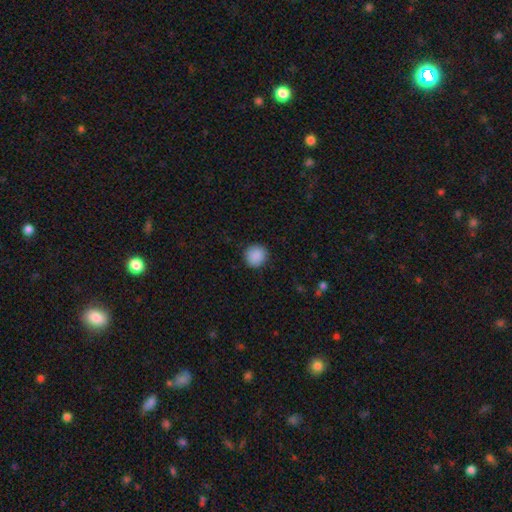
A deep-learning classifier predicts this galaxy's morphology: smooth-or-featured: smooth: 90% | star or artifact: 8% | featured or disk: 3%
  how-rounded: round: 92% | in between: 7% | cigar-shaped: 1%
  merging: none: 90% | minor disturbance: 7% | major disturbance: 2% | merger: 1%